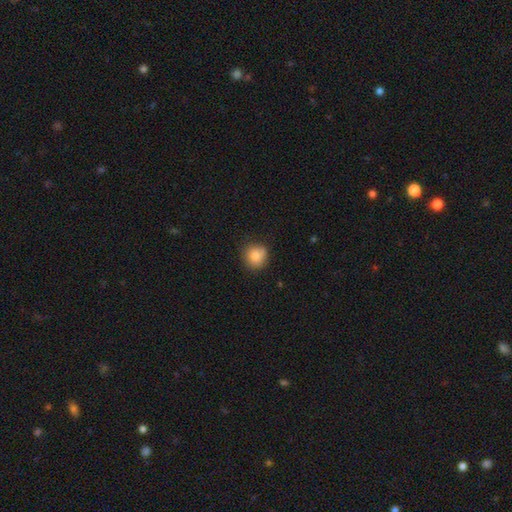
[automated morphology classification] The model was most divided on "merging": none: 74%, minor disturbance: 19%, merger: 4%, major disturbance: 4%. More confident: how rounded — round (88%); smooth or featured — smooth (83%).